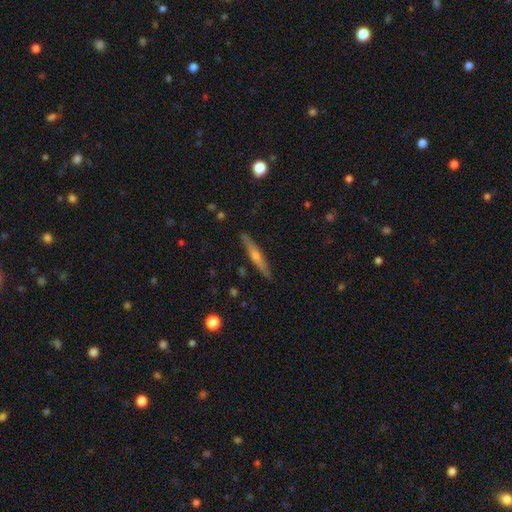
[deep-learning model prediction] Morphology: type=featured or disk (62%); edge-on=yes (96%); edge-on bulge=rounded (79%); merging=none (89%).